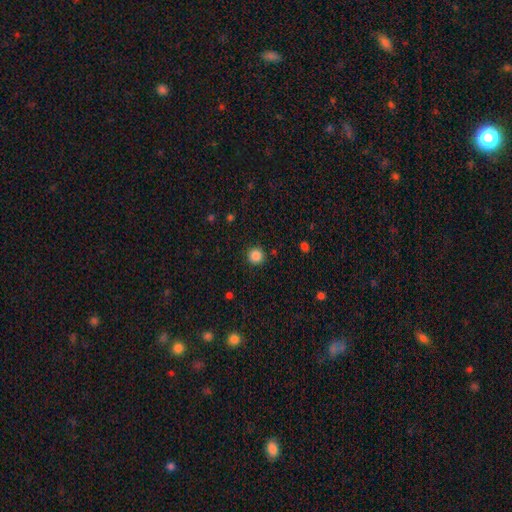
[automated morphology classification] A smooth galaxy with no disk features (86%) that is round (94%).

Vote fractions:
- Smooth or featured? smooth: 86% / star or artifact: 11% / featured or disk: 3%
- How rounded? round: 94% / in between: 5% / cigar-shaped: 1%
- Merging? none: 91% / minor disturbance: 6% / major disturbance: 2% / merger: 1%